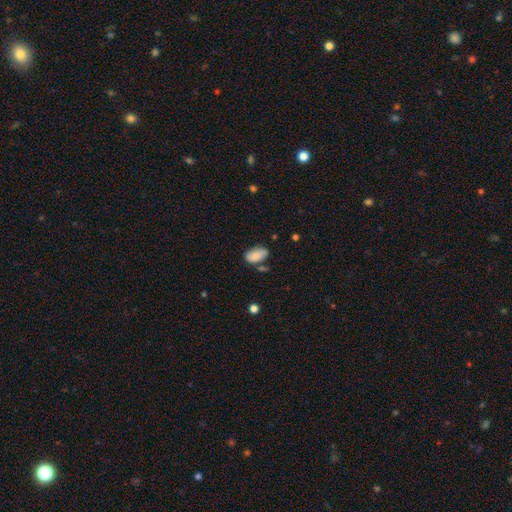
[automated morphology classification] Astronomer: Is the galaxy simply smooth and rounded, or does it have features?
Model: smooth — 83%.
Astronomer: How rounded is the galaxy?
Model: in between — 94%.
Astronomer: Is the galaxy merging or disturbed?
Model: none — 65%.